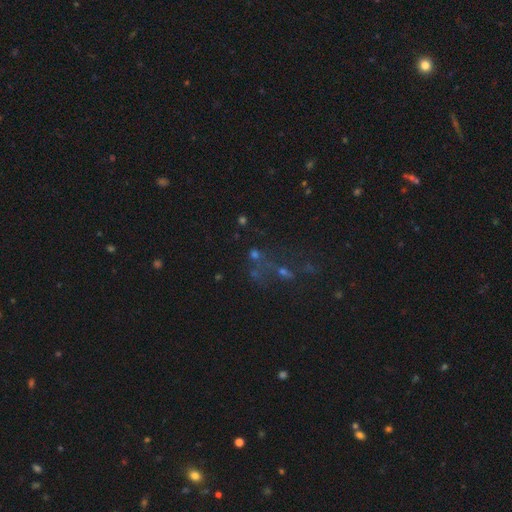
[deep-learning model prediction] star or artifact 49%, smooth 30%, featured or disk 21%.